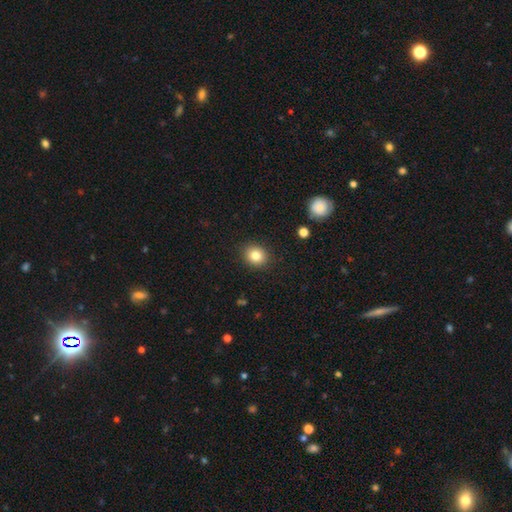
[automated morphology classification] Smooth or featured? smooth (81%)
How rounded? round (73%)
Merging? none (90%)